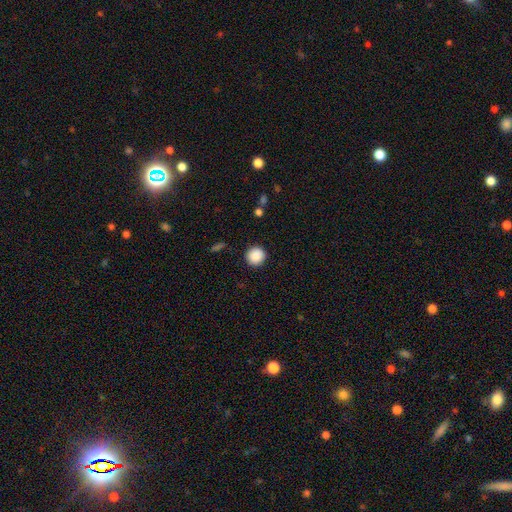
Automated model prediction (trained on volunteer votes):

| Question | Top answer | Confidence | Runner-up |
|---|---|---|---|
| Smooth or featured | smooth | 89% | star or artifact (8%) |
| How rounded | round | 94% | in between (5%) |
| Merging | none | 91% | minor disturbance (6%) |